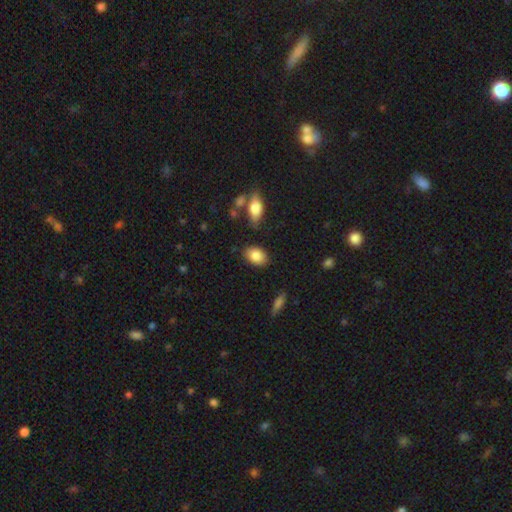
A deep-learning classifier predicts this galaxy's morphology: smooth-or-featured: smooth: 85% | featured or disk: 8% | star or artifact: 7%
  how-rounded: in between: 85% | round: 14% | cigar-shaped: 2%
  merging: none: 82% | minor disturbance: 13% | major disturbance: 3% | merger: 3%